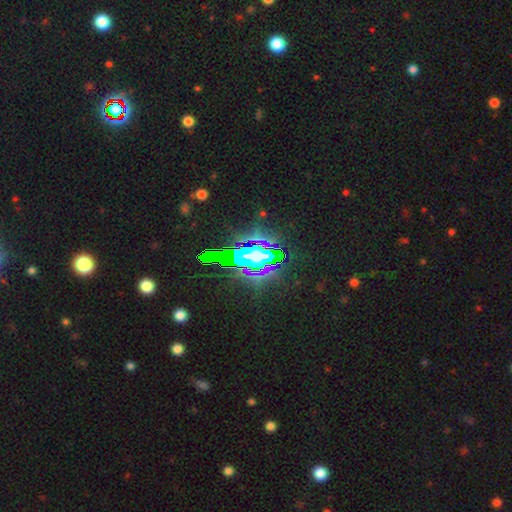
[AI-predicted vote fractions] Overall: star or artifact (65%).